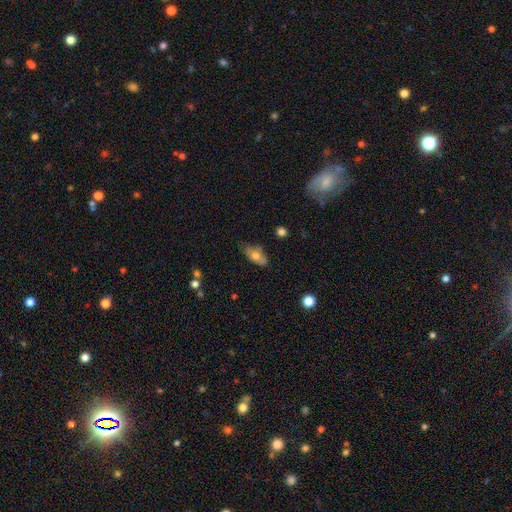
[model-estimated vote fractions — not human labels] A smooth galaxy with no disk features (69%) that is in between round and cigar-shaped (86%). Merging: none (61%).